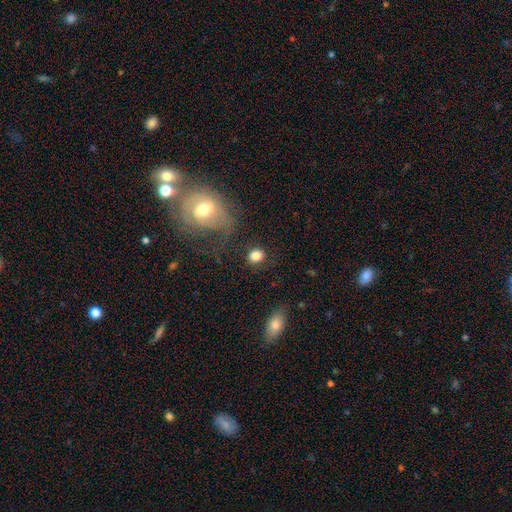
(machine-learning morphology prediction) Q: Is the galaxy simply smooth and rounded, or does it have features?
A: smooth — 84%.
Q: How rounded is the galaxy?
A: round — 61%.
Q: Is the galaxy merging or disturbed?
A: none — 80%.